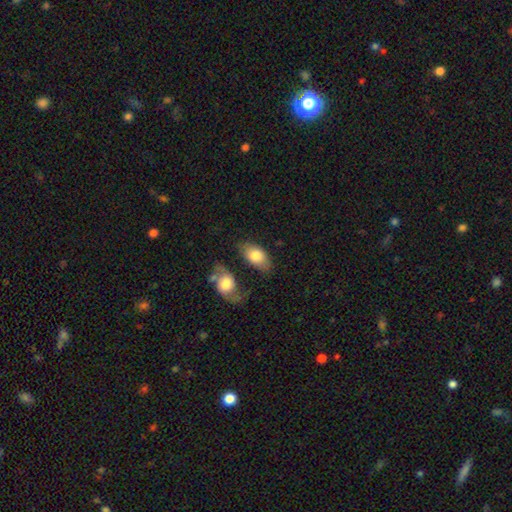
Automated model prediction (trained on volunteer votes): smooth_or_featured: smooth (p=0.77) [alt: featured or disk p=0.17]
how_rounded: in between (p=0.92) [alt: round p=0.06]
merging: none (p=0.66) [alt: minor disturbance p=0.17]